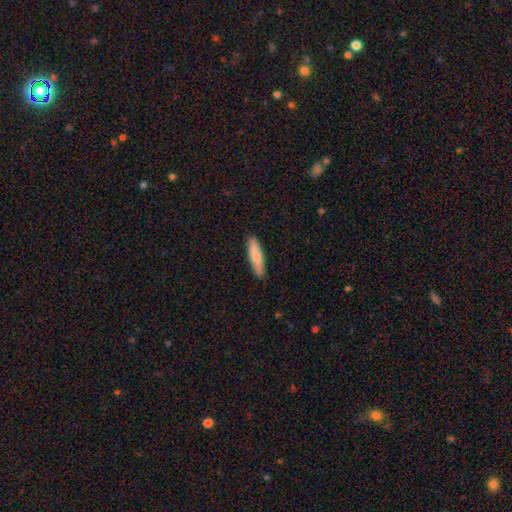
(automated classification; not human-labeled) Smooth or featured?
  - smooth: 78% *
  - featured or disk: 17%
  - star or artifact: 5%
How rounded?
  - cigar-shaped: 76% *
  - in between: 23%
  - round: 2%
Merging?
  - none: 87% *
  - minor disturbance: 10%
  - major disturbance: 2%
  - merger: 1%